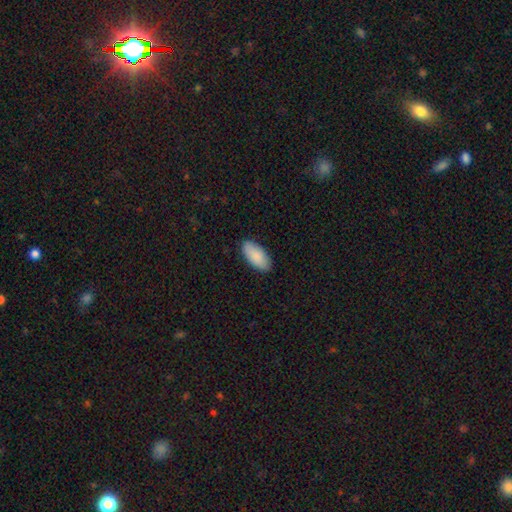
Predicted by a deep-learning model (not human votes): This is clearly a smooth galaxy (89%). How rounded: clearly in between (92%). Merging: clearly none (88%).